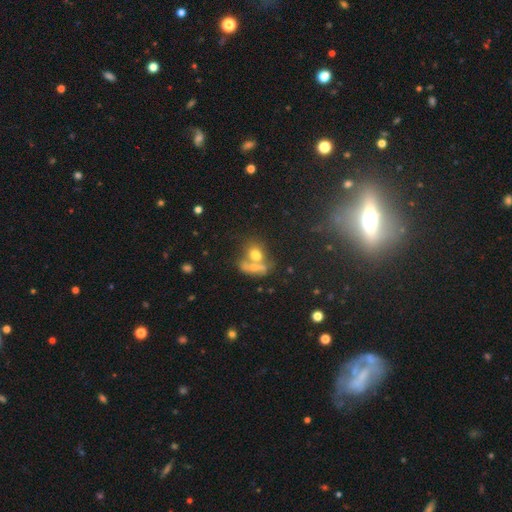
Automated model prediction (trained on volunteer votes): The model was most divided on "how rounded": in between: 55%, round: 40%, cigar-shaped: 5%. More confident: smooth or featured — smooth (61%); merging — merger (54%).